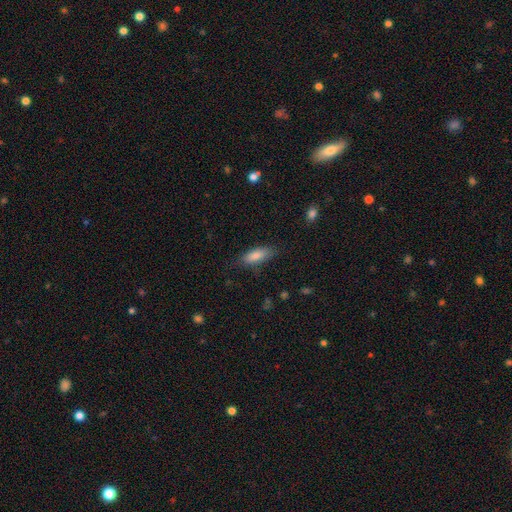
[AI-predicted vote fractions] A smooth galaxy with no disk features (83%) that is in between round and cigar-shaped (72%). Merging: none (77%).